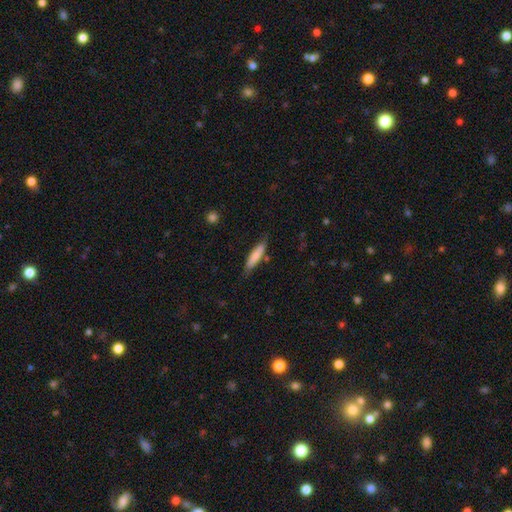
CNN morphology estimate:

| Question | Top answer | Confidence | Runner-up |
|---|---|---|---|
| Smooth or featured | smooth | 74% | featured or disk (20%) |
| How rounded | cigar-shaped | 79% | in between (19%) |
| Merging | none | 75% | minor disturbance (18%) |